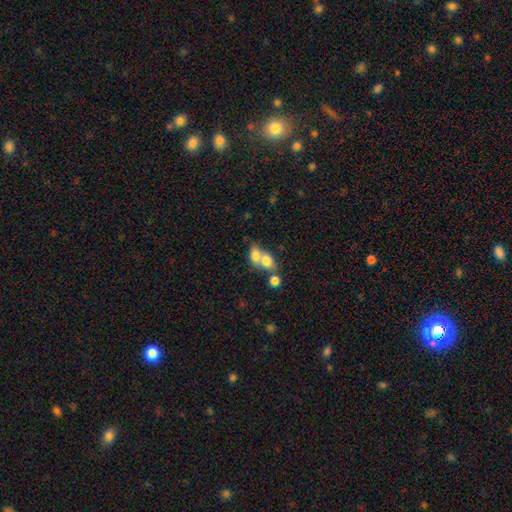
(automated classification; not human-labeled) Morphology: type=smooth (75%); roundness=in between (71%); merging=merger (66%).